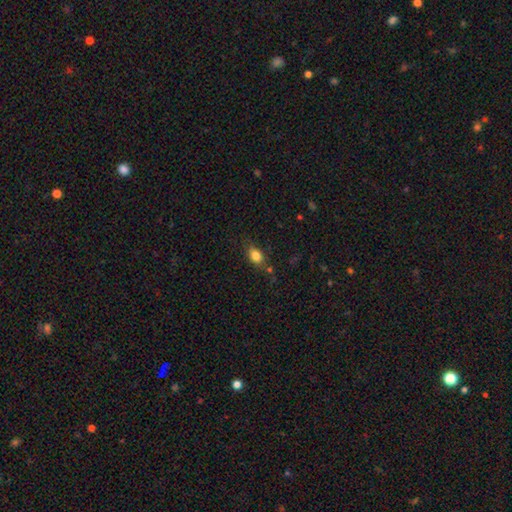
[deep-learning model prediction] The model was most divided on "merging": none: 69%, minor disturbance: 19%, major disturbance: 6%, merger: 6%. More confident: smooth or featured — smooth (82%); how rounded — in between (74%).